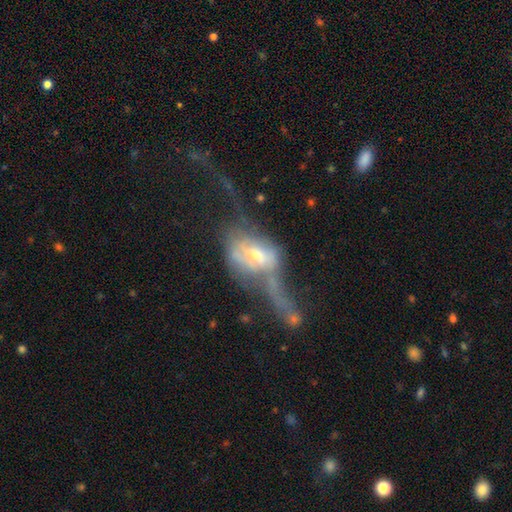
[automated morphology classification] A featured or disk galaxy (63%) with no bar (62%), no spiral arms (63%) and a moderate central bulge (53%). Merging: major disturbance (53%).